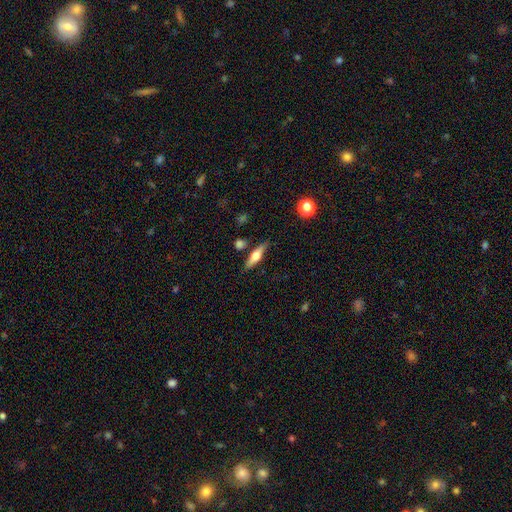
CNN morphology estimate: Smooth or featured: featured or disk — 53% (smooth — 40%)
Edge-on disk: yes — 93% (no — 7%)
Merging: none — 79% (minor disturbance — 12%)